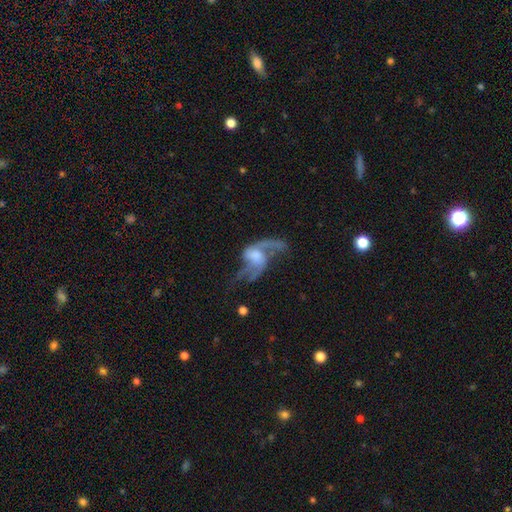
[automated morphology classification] smooth_or_featured: featured or disk (p=0.79) [alt: smooth p=0.13]
disk_edge_on: no (p=0.96) [alt: yes p=0.04]
bar: no (p=0.54) [alt: weak p=0.36]
has_spiral_arms: yes (p=0.87) [alt: no p=0.13]
spiral_winding: loose (p=0.76) [alt: medium p=0.20]
spiral_arm_count: 2 (p=0.73) [alt: 1 p=0.08]
bulge_size: moderate (p=0.38) [alt: small p=0.27]
merging: major disturbance (p=0.40) [alt: none p=0.36]